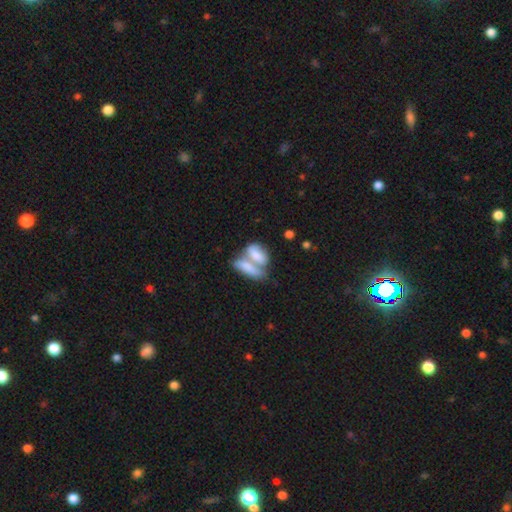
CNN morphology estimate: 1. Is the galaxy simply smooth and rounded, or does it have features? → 69% smooth, 24% featured or disk, 7% star or artifact.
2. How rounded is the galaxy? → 80% in between, 15% cigar-shaped, 6% round.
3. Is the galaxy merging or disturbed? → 68% merger, 19% none, 7% minor disturbance, 5% major disturbance.